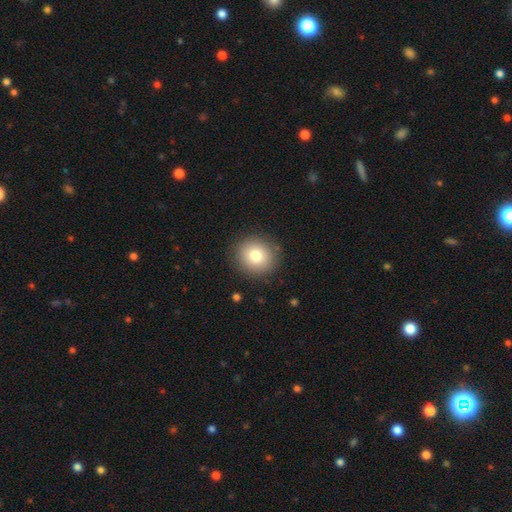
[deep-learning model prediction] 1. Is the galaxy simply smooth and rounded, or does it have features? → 80% smooth, 10% star or artifact, 10% featured or disk.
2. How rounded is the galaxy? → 89% round, 10% in between, 1% cigar-shaped.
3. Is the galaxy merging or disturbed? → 89% none, 7% minor disturbance, 2% major disturbance, 1% merger.